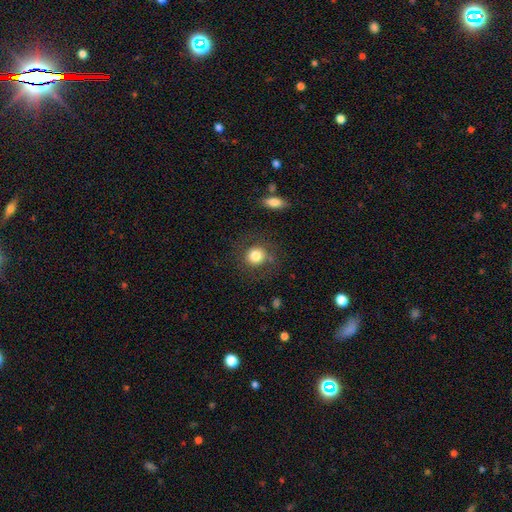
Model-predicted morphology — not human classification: Smooth or featured: smooth — 81% (featured or disk — 10%)
How rounded: round — 86% (in between — 13%)
Merging: none — 77% (minor disturbance — 13%)